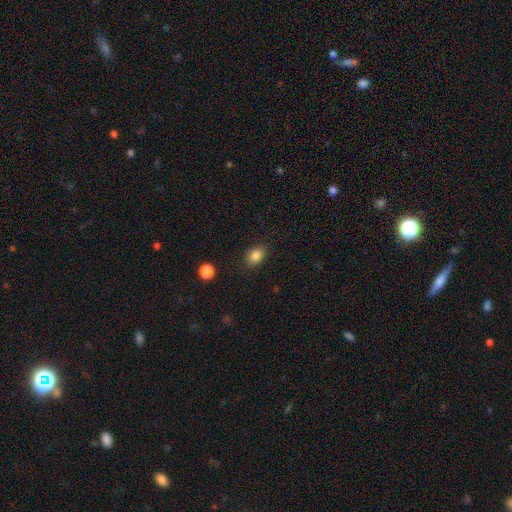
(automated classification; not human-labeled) Morphology: type=smooth (85%); roundness=in between (75%); merging=none (85%).